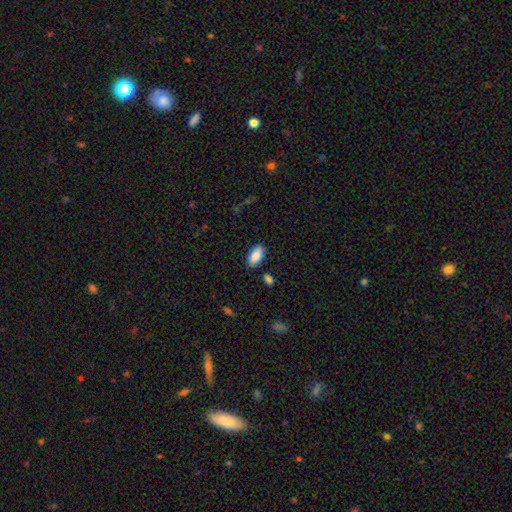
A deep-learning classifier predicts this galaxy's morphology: A smooth galaxy with no disk features (87%) that is in between round and cigar-shaped (91%).

Vote fractions:
- Smooth or featured? smooth: 87% / star or artifact: 6% / featured or disk: 6%
- How rounded? in between: 91% / cigar-shaped: 7% / round: 2%
- Merging? none: 86% / minor disturbance: 9% / merger: 2% / major disturbance: 2%